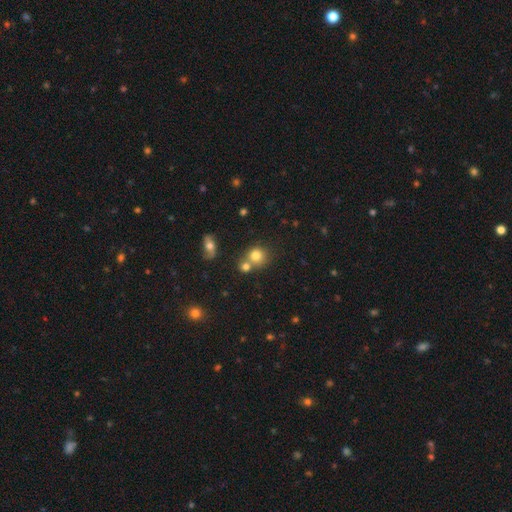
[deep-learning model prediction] Q: Smooth or featured?
A: smooth (78%); runner-up: star or artifact (12%)
Q: How rounded?
A: round (82%); runner-up: in between (16%)
Q: Merging?
A: none (53%); runner-up: merger (35%)